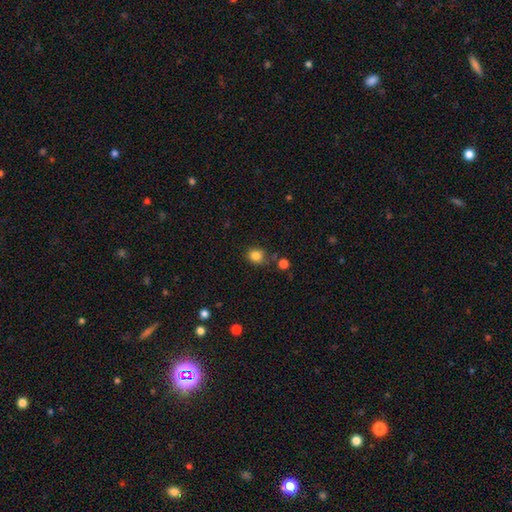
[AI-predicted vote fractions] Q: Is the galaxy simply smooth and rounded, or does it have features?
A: smooth — 83%.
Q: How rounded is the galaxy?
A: round — 80%.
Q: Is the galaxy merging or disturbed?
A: none — 70%.